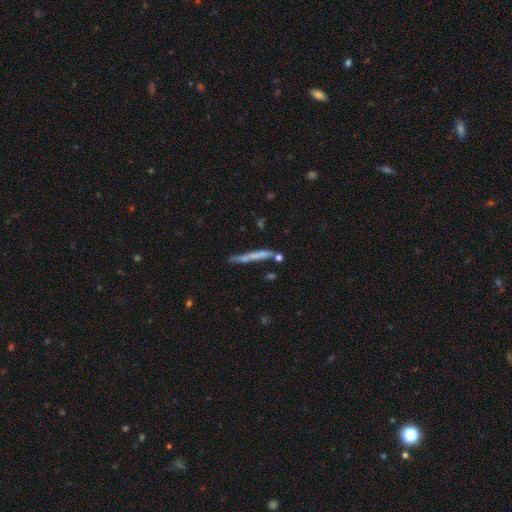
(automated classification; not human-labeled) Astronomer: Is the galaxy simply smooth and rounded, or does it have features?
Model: smooth — 48% (runner-up: featured or disk, 43%).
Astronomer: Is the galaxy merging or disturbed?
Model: none — 69%.